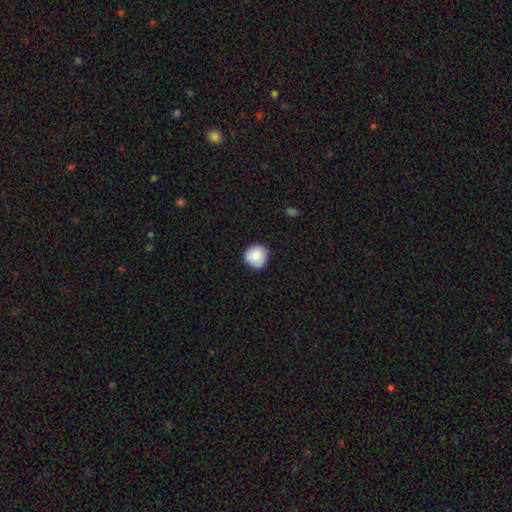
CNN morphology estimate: Smooth or featured?
  - smooth: 80% *
  - featured or disk: 13%
  - star or artifact: 7%
How rounded?
  - round: 91% *
  - in between: 8%
  - cigar-shaped: 1%
Merging?
  - none: 82% *
  - minor disturbance: 14%
  - major disturbance: 3%
  - merger: 1%